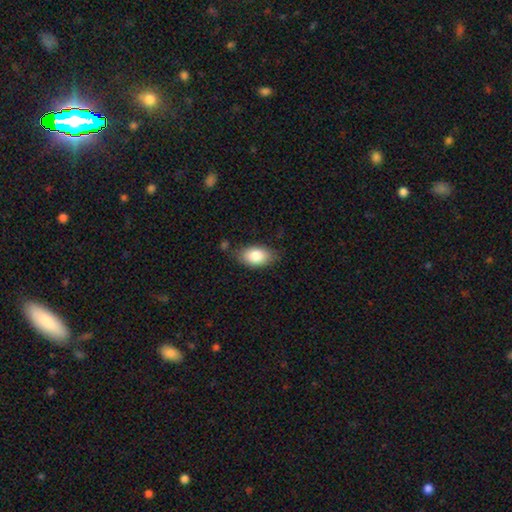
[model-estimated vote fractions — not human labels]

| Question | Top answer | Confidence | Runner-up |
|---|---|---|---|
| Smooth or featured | smooth | 83% | featured or disk (10%) |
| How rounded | in between | 91% | round (7%) |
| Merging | none | 76% | minor disturbance (18%) |